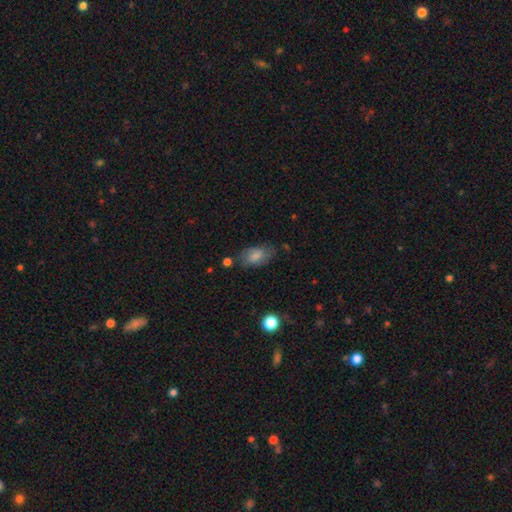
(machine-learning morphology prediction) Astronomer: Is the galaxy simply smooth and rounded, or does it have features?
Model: smooth — 79%.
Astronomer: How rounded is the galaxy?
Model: in between — 92%.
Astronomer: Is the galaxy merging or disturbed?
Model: none — 67%.